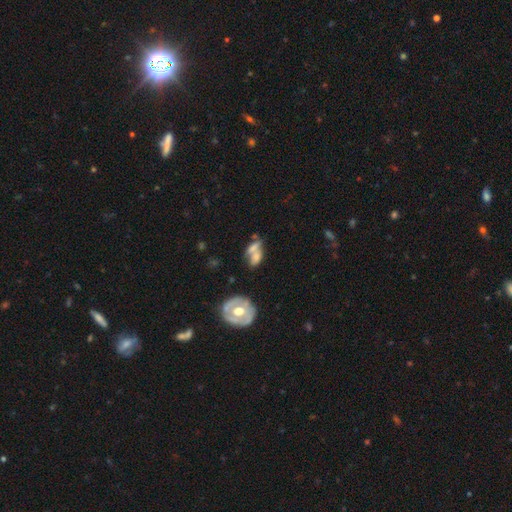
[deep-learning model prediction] The model was most divided on "smooth or featured": smooth: 52%, featured or disk: 39%, star or artifact: 9%. Remaining: how rounded — in between (76%); merging — merger (46%).